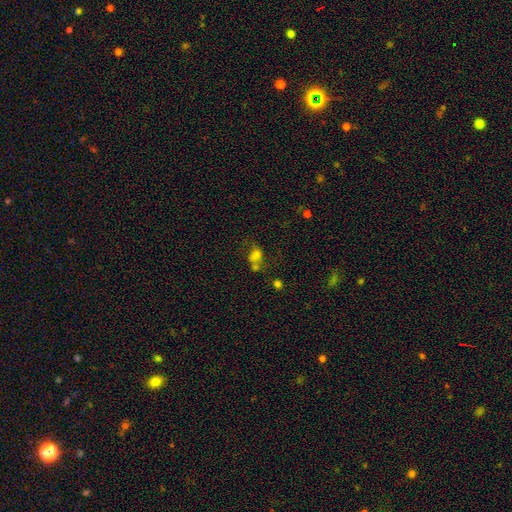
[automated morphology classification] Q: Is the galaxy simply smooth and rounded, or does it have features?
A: smooth — 57%.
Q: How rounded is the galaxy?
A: in between — 70%.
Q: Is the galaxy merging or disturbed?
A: merger — 35%.